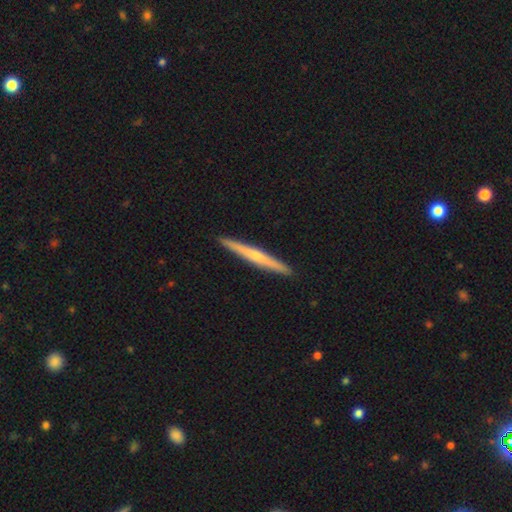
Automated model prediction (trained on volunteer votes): Q: Smooth or featured?
A: featured or disk (59%); runner-up: smooth (36%)
Q: Edge-on disk?
A: yes (98%); runner-up: no (2%)
Q: Edge-on bulge?
A: rounded (58%); runner-up: none (36%)
Q: Merging?
A: none (93%); runner-up: minor disturbance (5%)